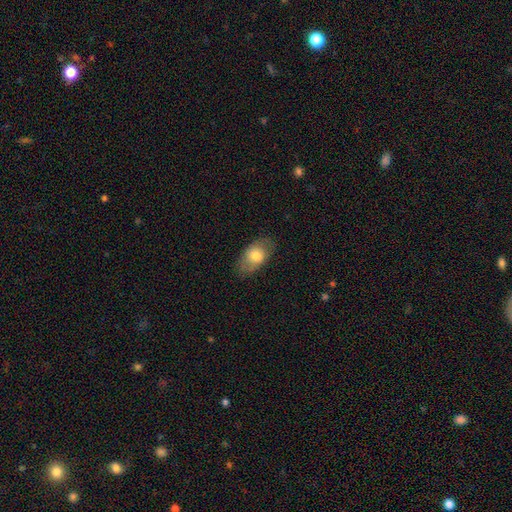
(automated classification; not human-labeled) Morphology: type=smooth (70%); roundness=in between (87%); merging=none (80%).